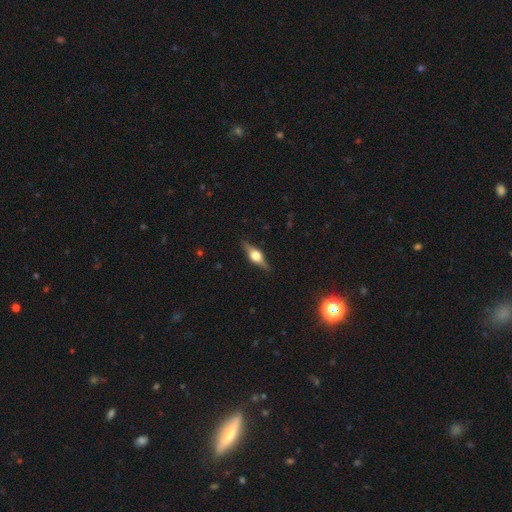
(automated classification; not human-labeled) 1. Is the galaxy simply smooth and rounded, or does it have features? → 67% featured or disk, 26% smooth, 7% star or artifact.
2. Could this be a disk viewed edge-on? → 96% yes, 4% no.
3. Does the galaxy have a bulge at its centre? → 94% rounded, 5% boxy, 1% none.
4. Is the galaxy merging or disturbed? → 87% none, 10% minor disturbance, 2% major disturbance, 1% merger.